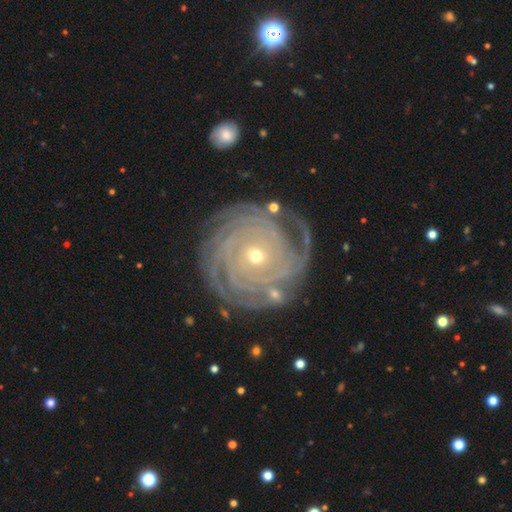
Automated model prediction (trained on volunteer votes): This appears to be a featured or disk galaxy (90%) with no bar (75%), 4 (24%) tight (89%) spiral arms (98%) and a small central bulge (61%). Merging: none (79%).